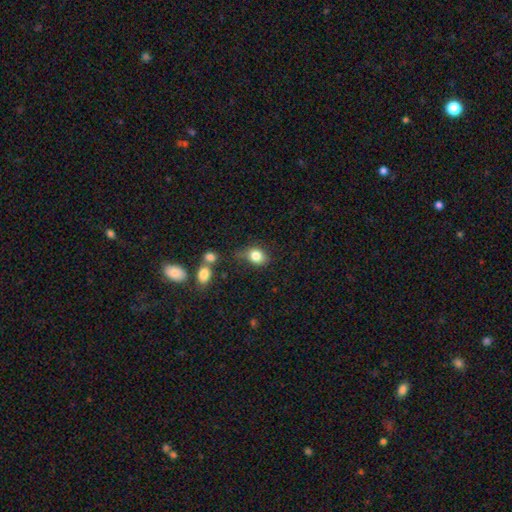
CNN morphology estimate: This appears to be a smooth galaxy with no disk features (83%) that is in between round and cigar-shaped (57%). Merging: none (58%).